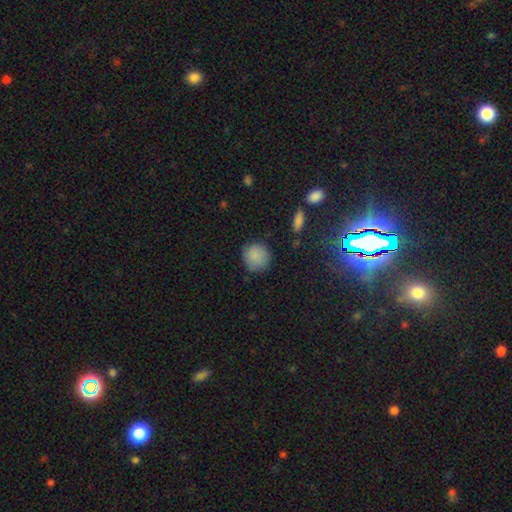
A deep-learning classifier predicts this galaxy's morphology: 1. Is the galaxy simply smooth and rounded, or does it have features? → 87% smooth, 8% star or artifact, 5% featured or disk.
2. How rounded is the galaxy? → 90% round, 9% in between, 1% cigar-shaped.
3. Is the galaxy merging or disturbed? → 83% none, 13% minor disturbance, 3% major disturbance, 1% merger.